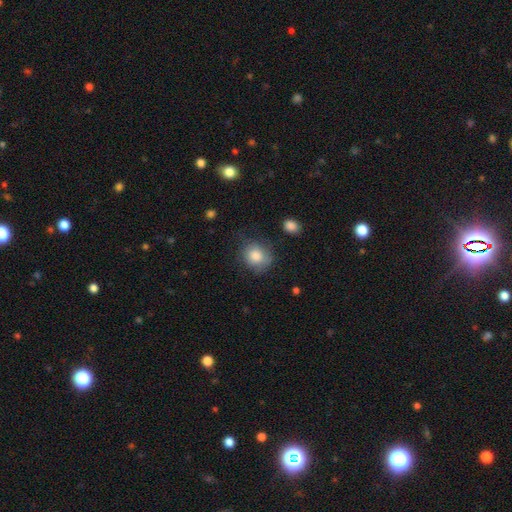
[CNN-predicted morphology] Smooth or featured? smooth (82%)
How rounded? round (73%)
Merging? none (64%)